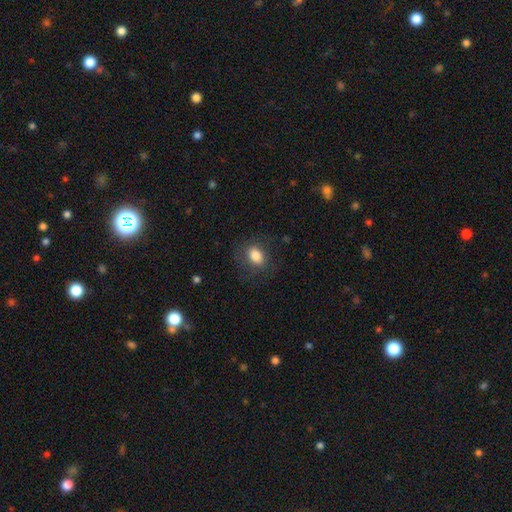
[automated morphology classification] Q: Smooth or featured?
A: smooth (83%); runner-up: star or artifact (9%)
Q: How rounded?
A: in between (67%); runner-up: round (32%)
Q: Merging?
A: none (77%); runner-up: minor disturbance (15%)